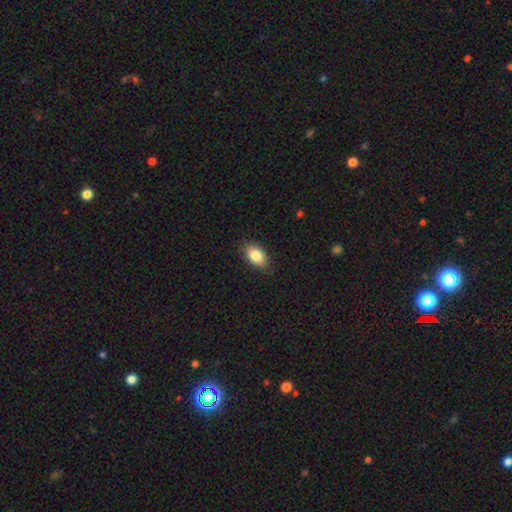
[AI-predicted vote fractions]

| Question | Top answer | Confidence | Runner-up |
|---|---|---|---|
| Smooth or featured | smooth | 85% | featured or disk (8%) |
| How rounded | in between | 89% | round (8%) |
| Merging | none | 86% | minor disturbance (11%) |